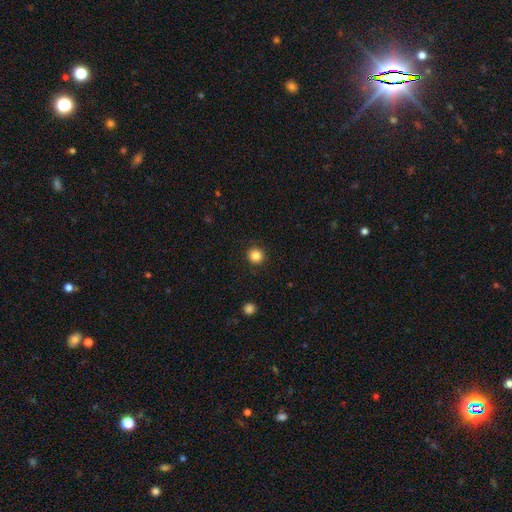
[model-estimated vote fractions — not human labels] Smooth or featured? smooth (86%)
How rounded? round (94%)
Merging? none (92%)